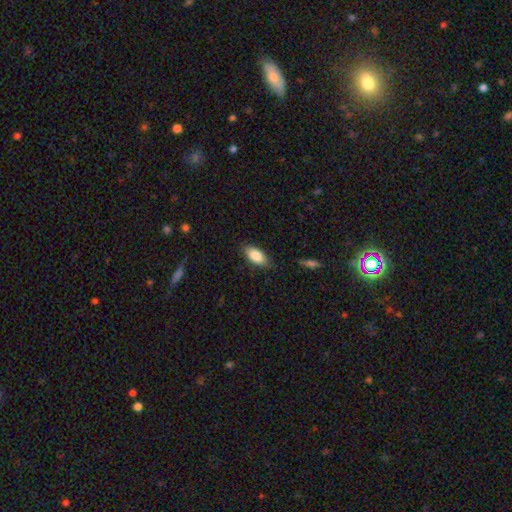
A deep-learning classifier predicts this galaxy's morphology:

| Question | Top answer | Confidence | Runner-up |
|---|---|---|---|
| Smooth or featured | smooth | 85% | featured or disk (8%) |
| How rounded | in between | 88% | cigar-shaped (9%) |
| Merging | none | 81% | minor disturbance (15%) |